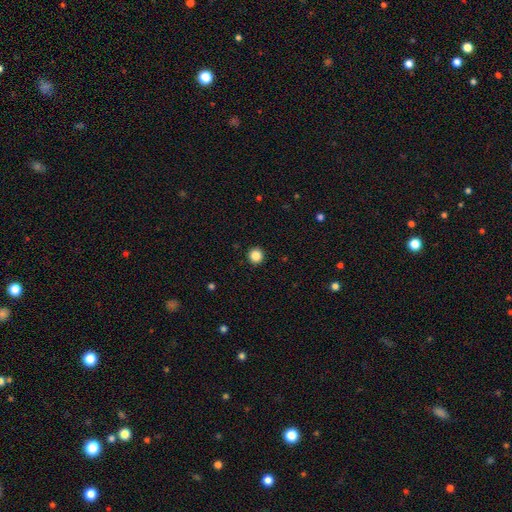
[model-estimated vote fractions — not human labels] This is clearly a smooth galaxy (86%). How rounded: clearly round (96%). Merging: clearly none (93%).